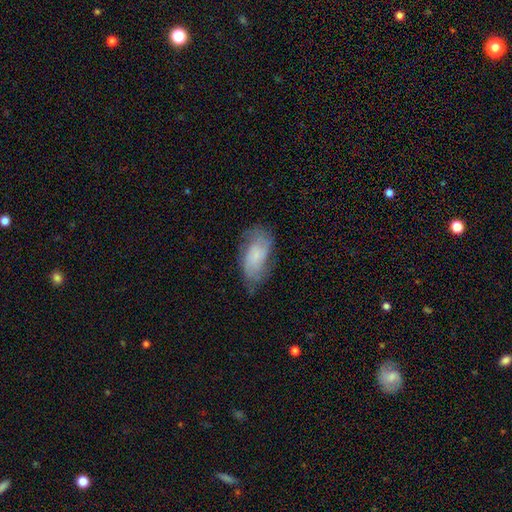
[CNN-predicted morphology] Smooth or featured: featured or disk — 50% (smooth — 42%)
Edge-on disk: no — 95% (yes — 5%)
Merging: none — 59% (minor disturbance — 27%)